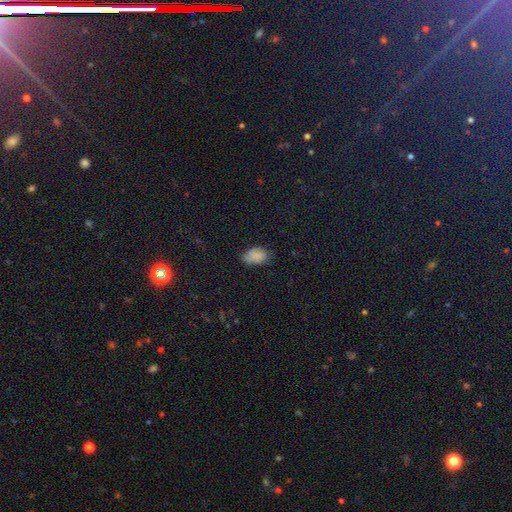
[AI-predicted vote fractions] This appears to be a smooth galaxy with no disk features (79%) that is in between round and cigar-shaped (89%). Merging: none (67%).